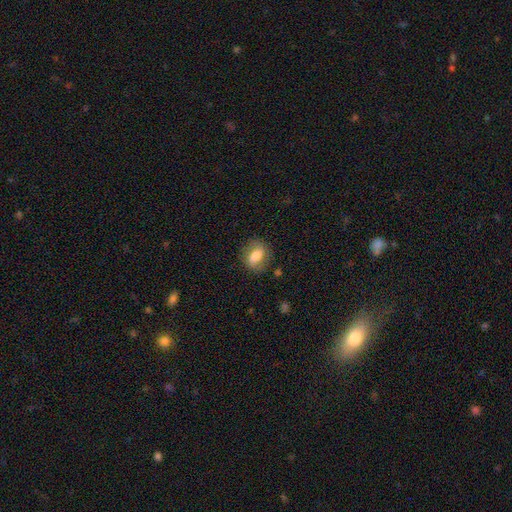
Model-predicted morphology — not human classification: smooth-or-featured: smooth: 65% | featured or disk: 27% | star or artifact: 8%
  how-rounded: in between: 67% | round: 30% | cigar-shaped: 3%
  merging: none: 75% | minor disturbance: 17% | major disturbance: 7% | merger: 2%